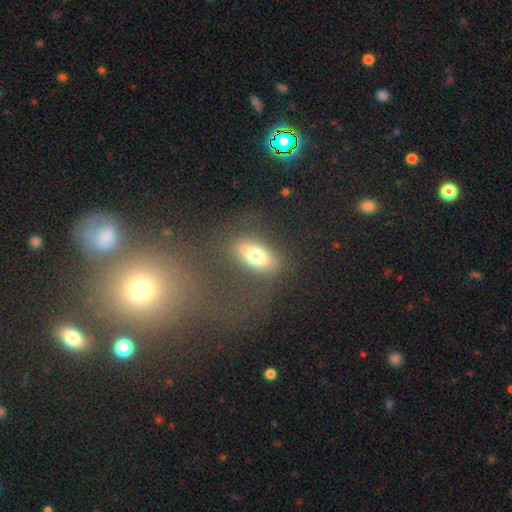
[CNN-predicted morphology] A smooth galaxy with no disk features (68%) that is in between round and cigar-shaped (79%).

Vote fractions:
- Smooth or featured? smooth: 68% / featured or disk: 21% / star or artifact: 11%
- How rounded? in between: 79% / round: 11% / cigar-shaped: 9%
- Merging? none: 74% / minor disturbance: 14% / major disturbance: 9% / merger: 4%